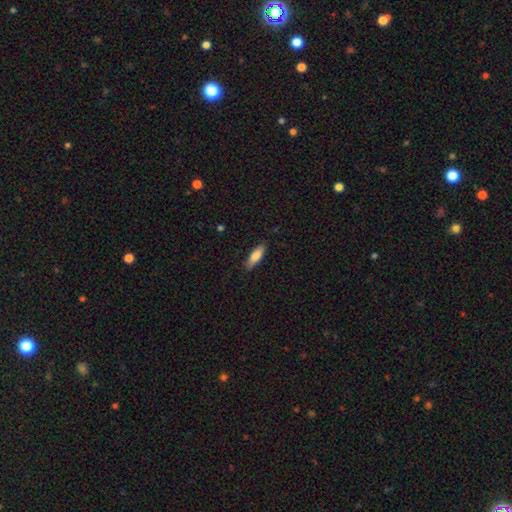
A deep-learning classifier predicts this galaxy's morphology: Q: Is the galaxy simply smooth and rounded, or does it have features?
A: smooth — 80%.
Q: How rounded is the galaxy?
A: in between — 50%.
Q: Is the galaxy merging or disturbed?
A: none — 85%.